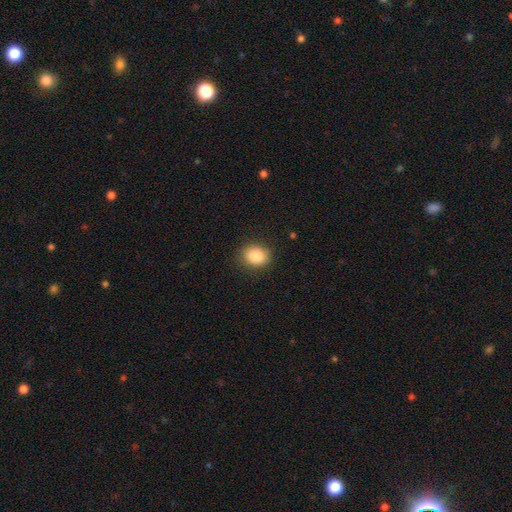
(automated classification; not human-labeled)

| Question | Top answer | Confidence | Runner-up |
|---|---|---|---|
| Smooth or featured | smooth | 86% | star or artifact (9%) |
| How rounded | round | 56% | in between (43%) |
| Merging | none | 87% | minor disturbance (10%) |